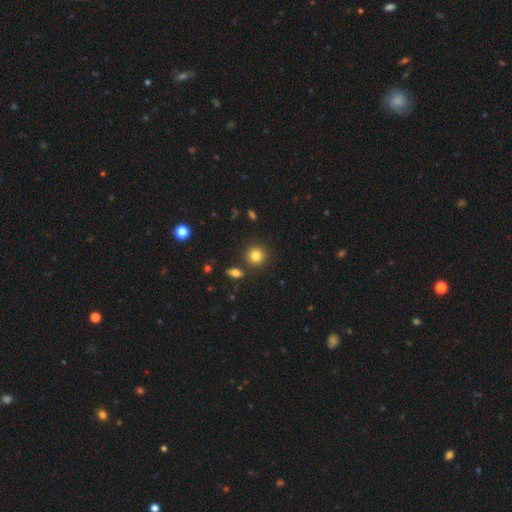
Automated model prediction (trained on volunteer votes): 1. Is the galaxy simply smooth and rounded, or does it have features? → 82% smooth, 11% star or artifact, 7% featured or disk.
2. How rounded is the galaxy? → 91% round, 8% in between, 1% cigar-shaped.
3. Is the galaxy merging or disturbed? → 86% none, 7% minor disturbance, 5% merger, 2% major disturbance.